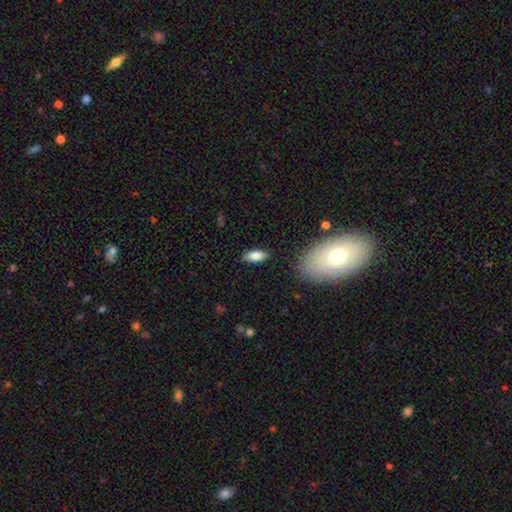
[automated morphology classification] This appears to be a smooth galaxy with no disk features (84%) that is in between round and cigar-shaped (84%). Merging: none (86%).